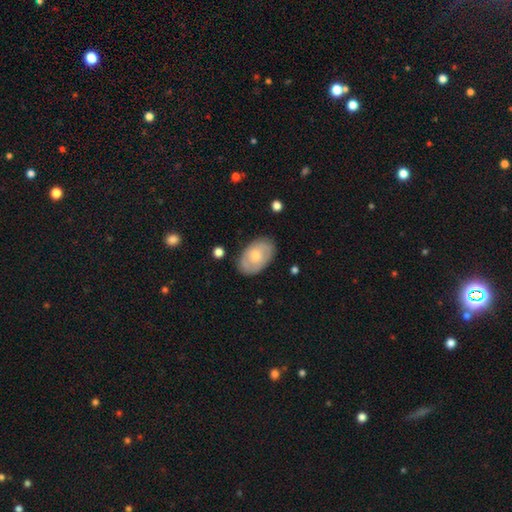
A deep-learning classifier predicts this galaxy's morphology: Smooth or featured? featured or disk (47%, tied with smooth)
Merging? none (79%)